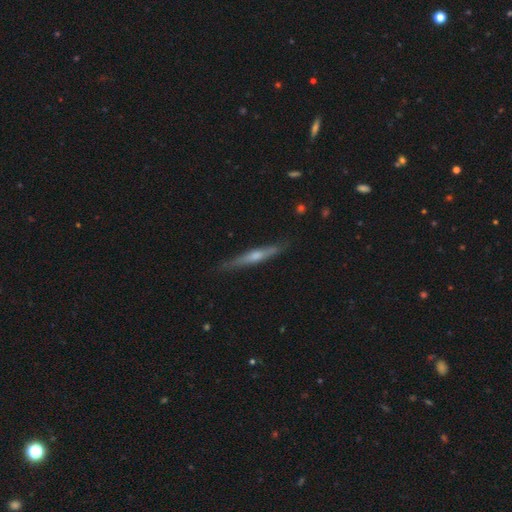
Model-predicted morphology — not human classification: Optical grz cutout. It shows a featured or disk galaxy (62%) viewed edge-on (96%) with a rounded central bulge (73%). Merging: none (84%).